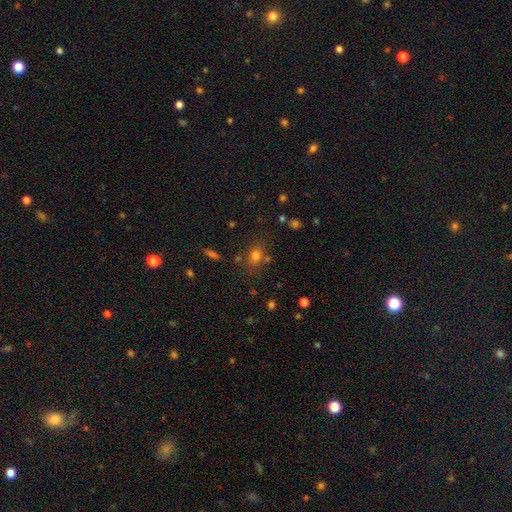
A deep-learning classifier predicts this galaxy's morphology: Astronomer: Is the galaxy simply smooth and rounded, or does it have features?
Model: smooth — 73%.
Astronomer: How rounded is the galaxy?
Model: round — 50% (runner-up: in between, 48%).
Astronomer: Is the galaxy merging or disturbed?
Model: none — 71%.